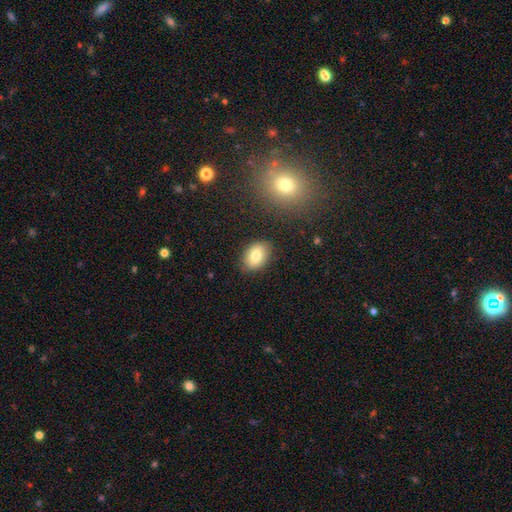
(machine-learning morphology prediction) smooth 80%, featured or disk 12%, star or artifact 8%. Down the decision tree: how rounded — in between (80%); merging — none (84%).